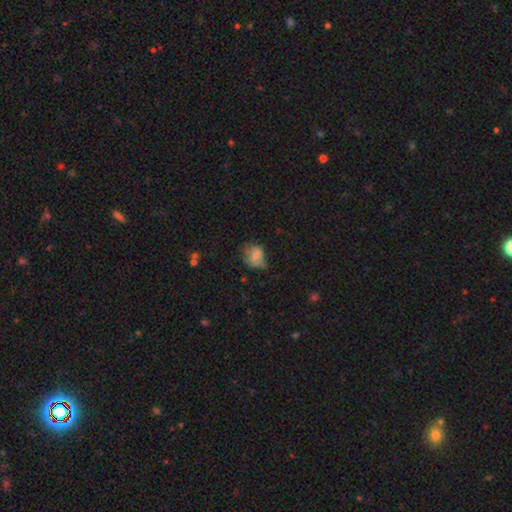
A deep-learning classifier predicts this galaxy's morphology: smooth-or-featured: smooth: 69% | featured or disk: 20% | star or artifact: 10%
  how-rounded: in between: 50% | round: 49% | cigar-shaped: 1%
  merging: none: 47% | minor disturbance: 34% | major disturbance: 17% | merger: 3%